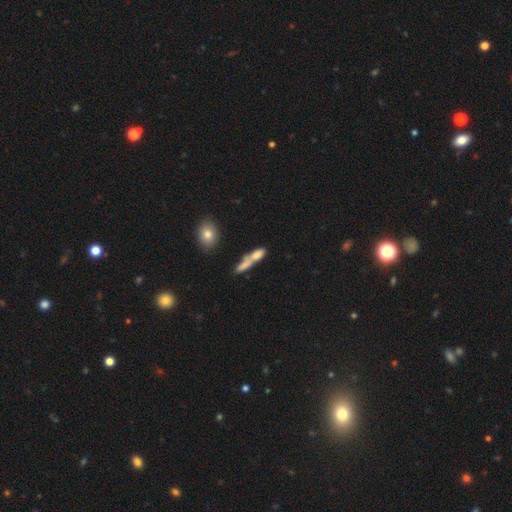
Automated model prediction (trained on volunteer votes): Q: Smooth or featured?
A: smooth (69%); runner-up: featured or disk (22%)
Q: How rounded?
A: cigar-shaped (56%); runner-up: in between (38%)
Q: Merging?
A: merger (48%); runner-up: none (33%)